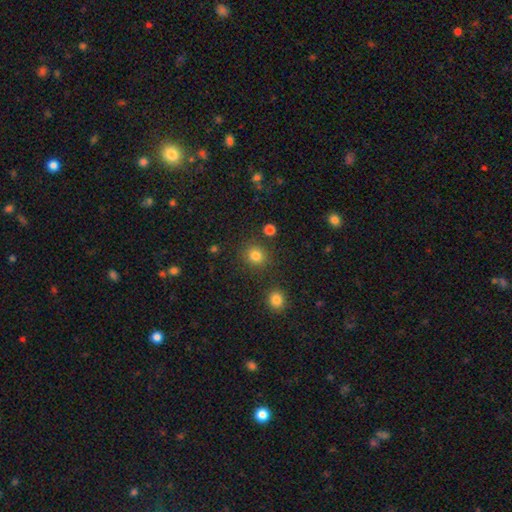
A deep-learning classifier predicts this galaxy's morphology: This is clearly a smooth galaxy (82%). How rounded: clearly round (88%). Merging: clearly none (86%).